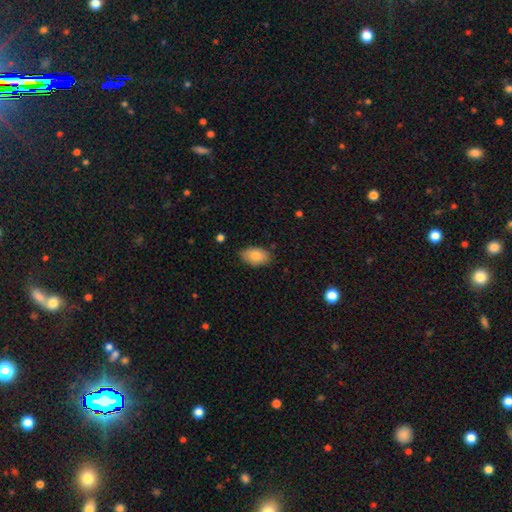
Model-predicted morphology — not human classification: smooth_or_featured: smooth (p=0.83) [alt: featured or disk p=0.11]
how_rounded: in between (p=0.92) [alt: round p=0.07]
merging: none (p=0.82) [alt: minor disturbance p=0.14]